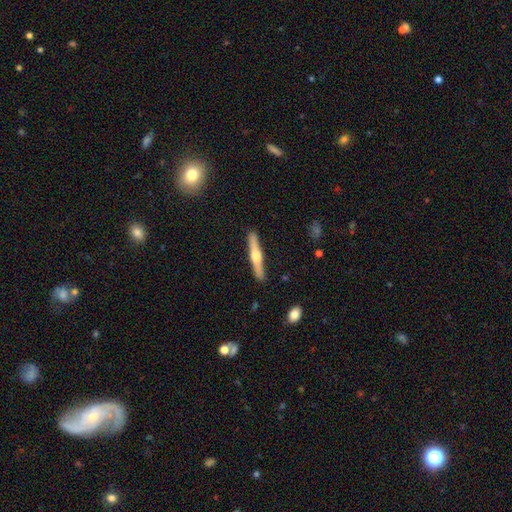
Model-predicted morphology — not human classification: Smooth or featured?
  - featured or disk: 64% *
  - smooth: 31%
  - star or artifact: 5%
Edge-on disk?
  - yes: 97% *
  - no: 3%
Edge-on bulge?
  - rounded: 90% *
  - boxy: 6%
  - none: 4%
Merging?
  - none: 90% *
  - minor disturbance: 7%
  - major disturbance: 2%
  - merger: 1%